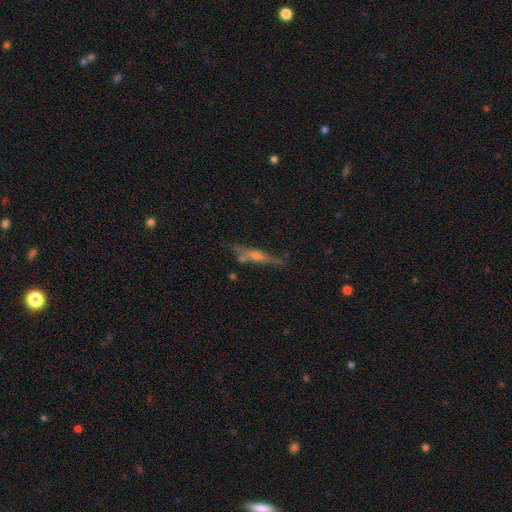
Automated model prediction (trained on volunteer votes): Morphology: type=featured or disk (66%); edge-on=yes (91%); edge-on bulge=rounded (72%); merging=none (70%).